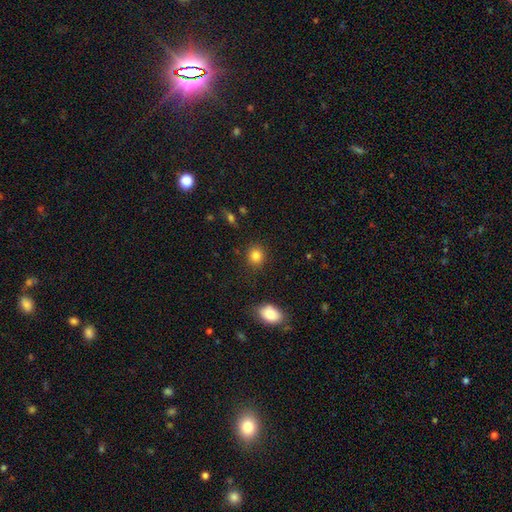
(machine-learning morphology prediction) A smooth galaxy with no disk features (84%) that is round (79%).

Vote fractions:
- Smooth or featured? smooth: 84% / star or artifact: 10% / featured or disk: 5%
- How rounded? round: 79% / in between: 20% / cigar-shaped: 1%
- Merging? none: 88% / minor disturbance: 8% / major disturbance: 3% / merger: 2%